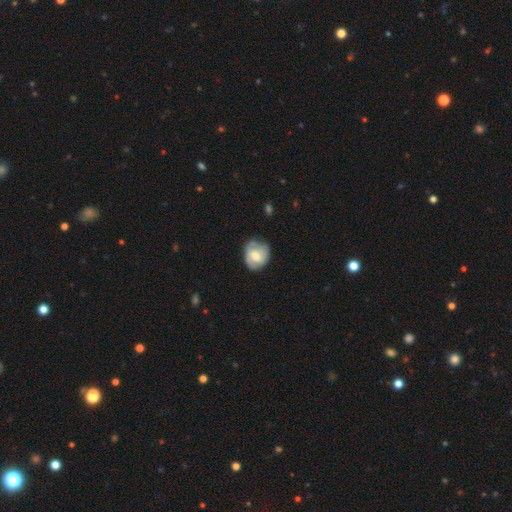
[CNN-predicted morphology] This appears to be a smooth galaxy with no disk features (50%) that is round (66%). Merging: none (62%).